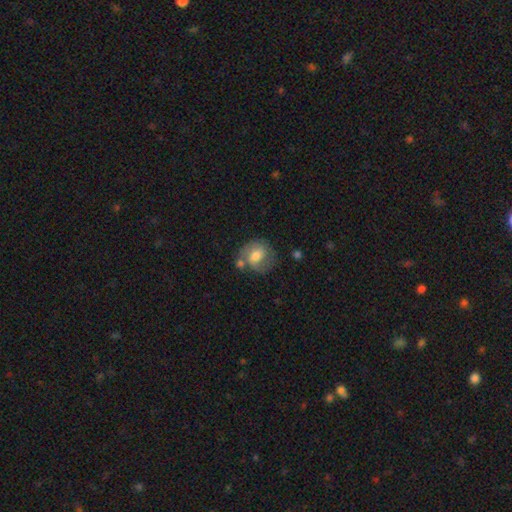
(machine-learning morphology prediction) Smooth or featured?
  - smooth: 55% *
  - featured or disk: 38%
  - star or artifact: 8%
How rounded?
  - round: 66% *
  - in between: 33%
  - cigar-shaped: 1%
Merging?
  - none: 49% *
  - minor disturbance: 22%
  - merger: 18%
  - major disturbance: 11%